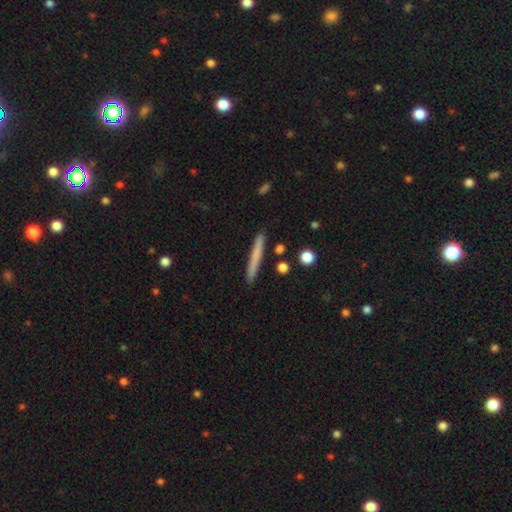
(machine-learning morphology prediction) smooth_or_featured: smooth (p=0.70) [alt: featured or disk p=0.24]
how_rounded: cigar-shaped (p=0.97) [alt: in between p=0.02]
merging: none (p=0.91) [alt: minor disturbance p=0.06]